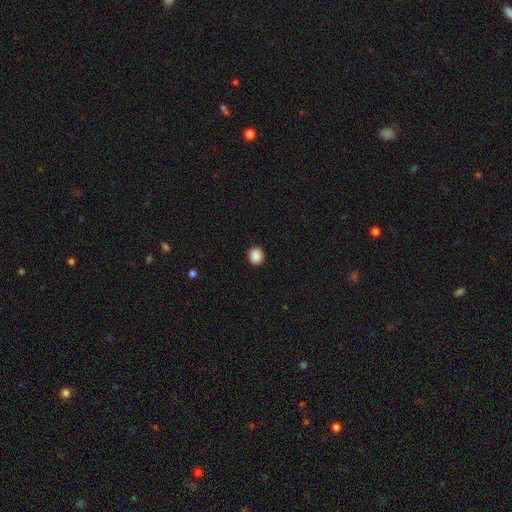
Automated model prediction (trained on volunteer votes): A smooth galaxy with no disk features (89%) that is round (82%).

Vote fractions:
- Smooth or featured? smooth: 89% / star or artifact: 9% / featured or disk: 2%
- How rounded? round: 82% / in between: 17% / cigar-shaped: 1%
- Merging? none: 90% / minor disturbance: 7% / major disturbance: 2% / merger: 1%